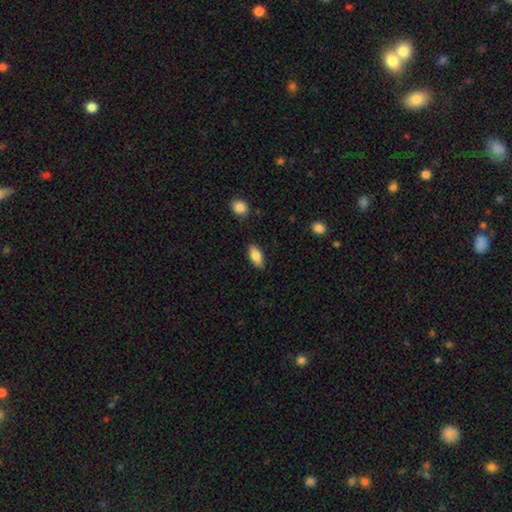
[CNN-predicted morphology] smooth-or-featured: smooth: 83% | featured or disk: 10% | star or artifact: 7%
  how-rounded: in between: 88% | cigar-shaped: 9% | round: 3%
  merging: none: 85% | minor disturbance: 11% | major disturbance: 2% | merger: 2%